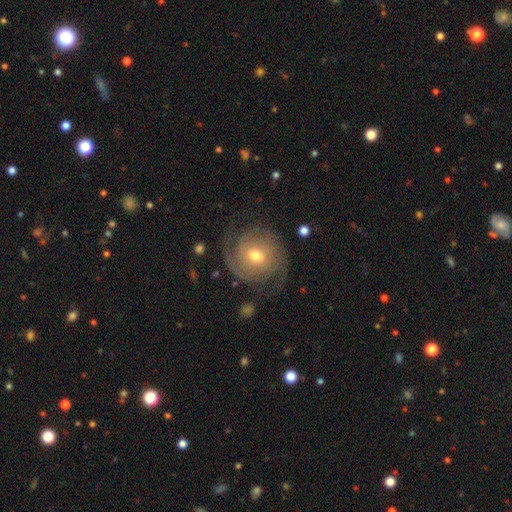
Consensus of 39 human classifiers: Smooth or featured? 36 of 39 (92%) said featured or disk. Edge-on disk? 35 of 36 (97%) said no. Bar? 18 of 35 (51%) said no. Spiral arms? 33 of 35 (94%) said yes. Spiral winding? 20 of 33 (61%) said tight. Spiral arm count? 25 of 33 (76%) said 2. Bulge size? 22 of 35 (63%) said moderate. Merging? 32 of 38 (84%) said none.